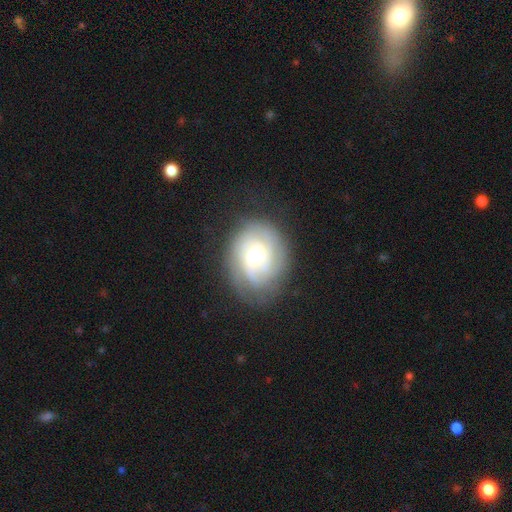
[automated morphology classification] Q: Smooth or featured?
A: featured or disk (72%); runner-up: smooth (21%)
Q: Edge-on disk?
A: no (97%); runner-up: yes (3%)
Q: Bar?
A: no (63%); runner-up: weak (32%)
Q: Spiral arms?
A: yes (92%); runner-up: no (8%)
Q: Spiral winding?
A: tight (61%); runner-up: medium (30%)
Q: Spiral arm count?
A: can't tell (35%); runner-up: 2 (26%)
Q: Bulge size?
A: moderate (53%); runner-up: small (35%)
Q: Merging?
A: none (72%); runner-up: minor disturbance (18%)